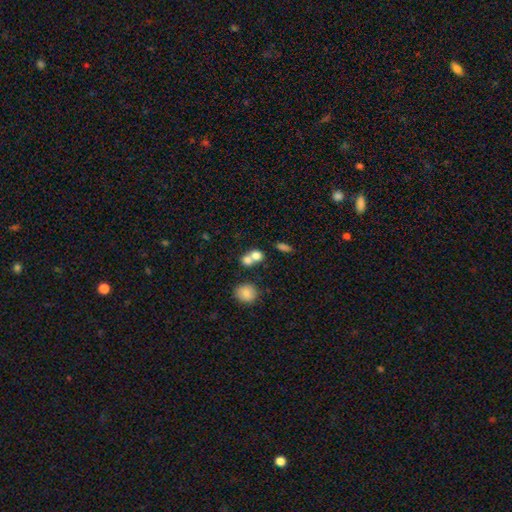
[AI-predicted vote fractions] smooth-or-featured: smooth: 76% | featured or disk: 13% | star or artifact: 11%
  how-rounded: round: 68% | in between: 31% | cigar-shaped: 2%
  merging: merger: 57% | none: 33% | minor disturbance: 6% | major disturbance: 4%